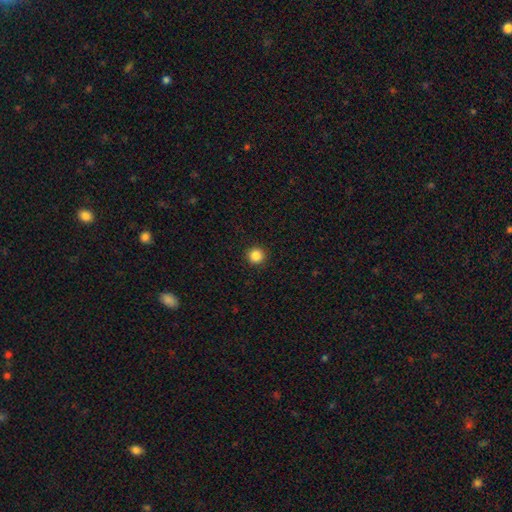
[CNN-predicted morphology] smooth_or_featured: smooth (p=0.86) [alt: star or artifact p=0.10]
how_rounded: round (p=0.96) [alt: in between p=0.03]
merging: none (p=0.93) [alt: minor disturbance p=0.04]